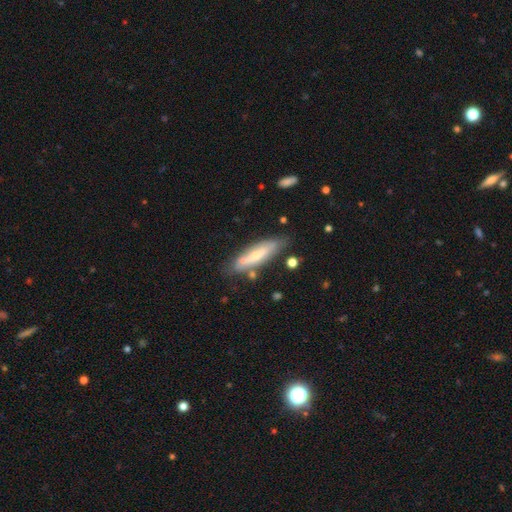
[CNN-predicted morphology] Smooth or featured? Predicted: smooth (p=0.48). Merging? Predicted: none (p=0.70).